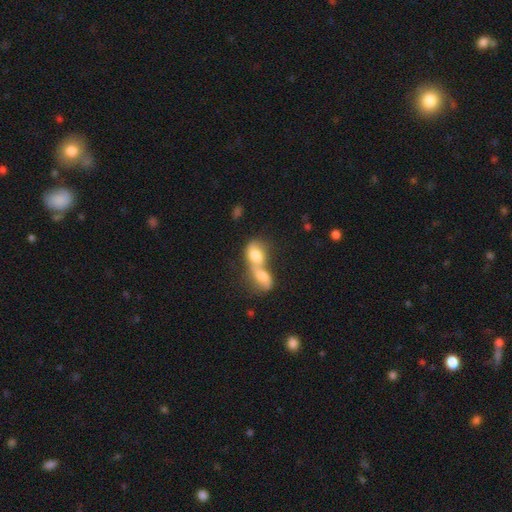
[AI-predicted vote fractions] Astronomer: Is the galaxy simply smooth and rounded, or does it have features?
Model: smooth — 71%.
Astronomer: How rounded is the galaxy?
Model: in between — 74%.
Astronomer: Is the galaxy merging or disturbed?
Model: merger — 83%.